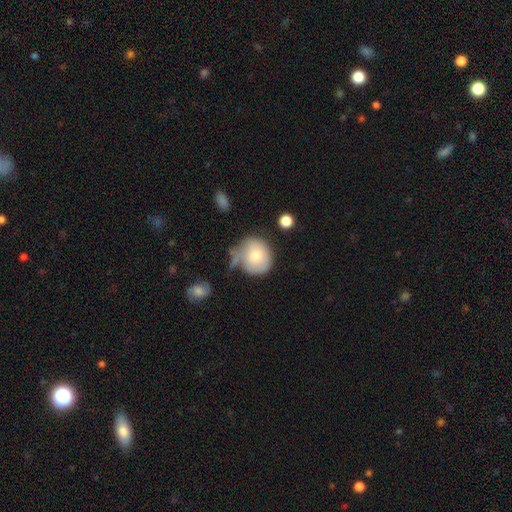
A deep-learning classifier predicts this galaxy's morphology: A smooth galaxy with no disk features (70%) that is round (80%). Merging: none (39%).